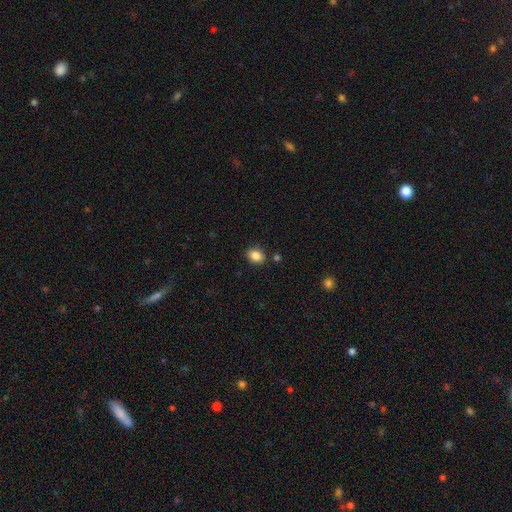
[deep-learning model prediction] Q: Smooth or featured?
A: smooth (86%); runner-up: star or artifact (9%)
Q: How rounded?
A: in between (55%); runner-up: round (44%)
Q: Merging?
A: none (85%); runner-up: minor disturbance (9%)